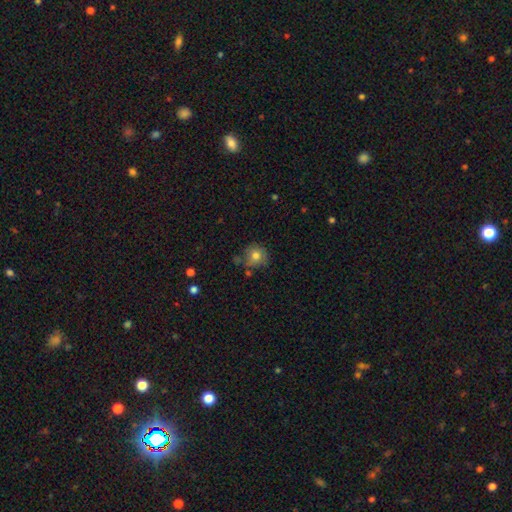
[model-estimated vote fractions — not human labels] Smooth or featured?
  - smooth: 74% *
  - featured or disk: 15%
  - star or artifact: 11%
How rounded?
  - round: 87% *
  - in between: 12%
  - cigar-shaped: 1%
Merging?
  - none: 66% *
  - minor disturbance: 21%
  - merger: 7%
  - major disturbance: 6%